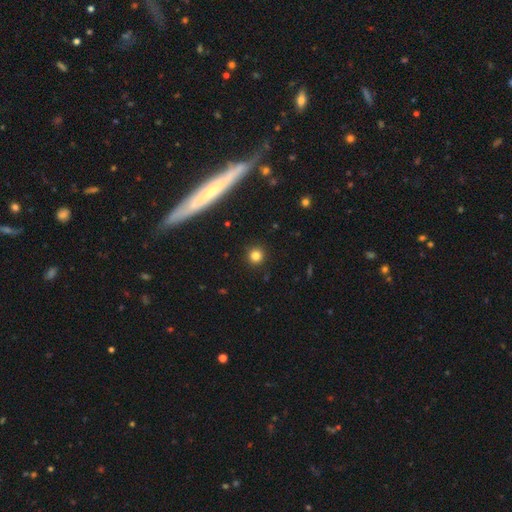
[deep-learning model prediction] A smooth galaxy with no disk features (80%) that is round (94%). Merging: none (91%).